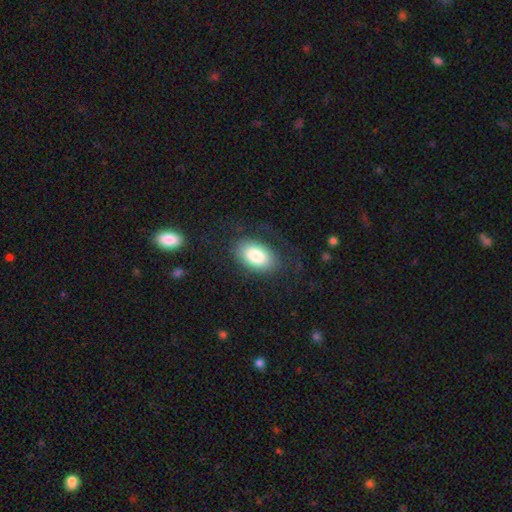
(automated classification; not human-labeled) Smooth or featured? Predicted: smooth (p=0.77). How rounded? Predicted: in between (p=0.92). Merging? Predicted: none (p=0.69).